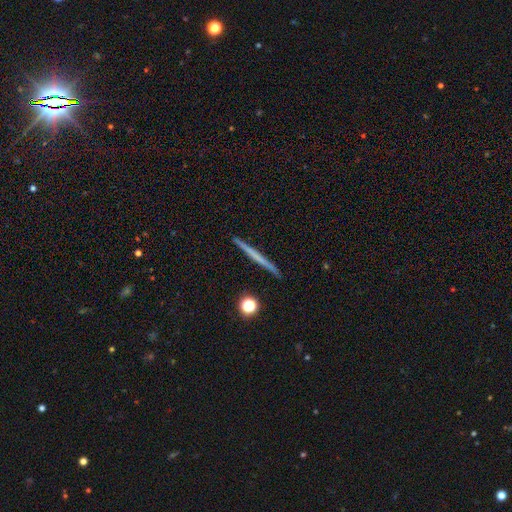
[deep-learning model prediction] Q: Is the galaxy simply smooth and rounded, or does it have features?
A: featured or disk — 50%.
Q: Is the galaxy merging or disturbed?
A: none — 92%.